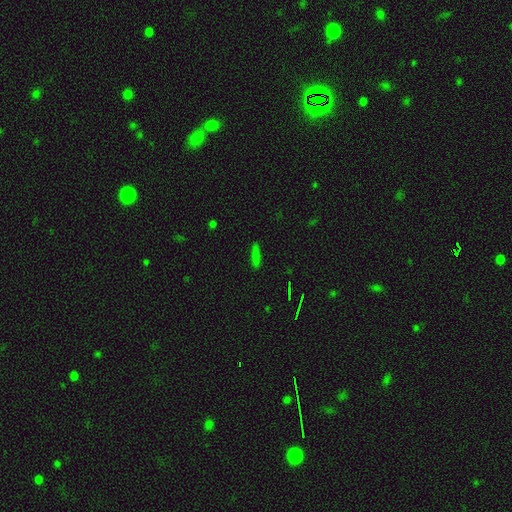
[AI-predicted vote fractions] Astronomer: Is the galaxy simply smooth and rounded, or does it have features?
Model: smooth — 75%.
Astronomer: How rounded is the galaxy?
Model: cigar-shaped — 82%.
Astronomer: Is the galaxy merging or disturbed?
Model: none — 86%.